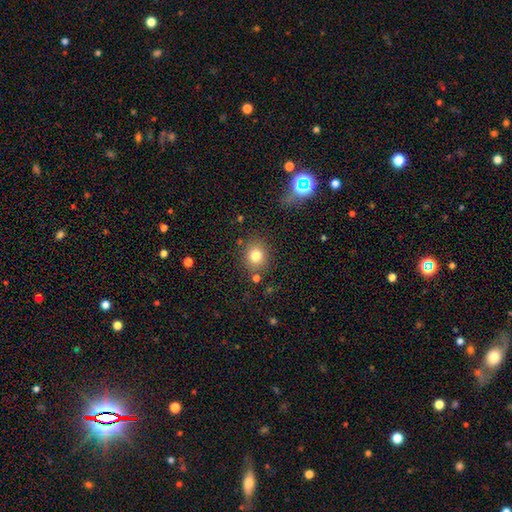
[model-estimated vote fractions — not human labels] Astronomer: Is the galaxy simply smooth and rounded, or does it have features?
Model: smooth — 79%.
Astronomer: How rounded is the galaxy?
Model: round — 78%.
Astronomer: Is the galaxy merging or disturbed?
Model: none — 82%.